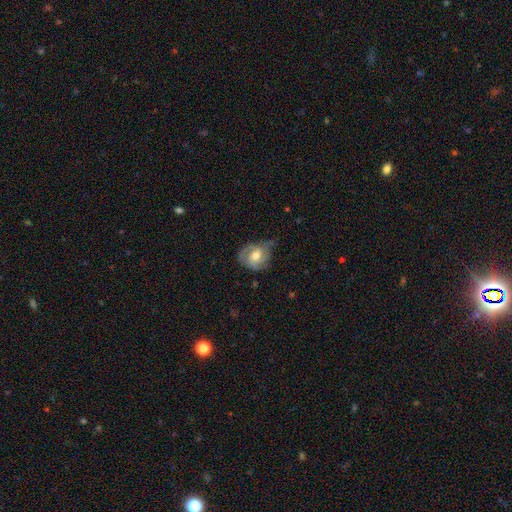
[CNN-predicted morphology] This is likely a featured or disk galaxy (68%). It is clearly not viewed edge-on (97%). Bar: possibly no (54%). Spiral arm pattern: clearly yes (88%). Spiral arm count: possibly 2 (59%). Spiral winding: marginally medium (43%). Central bulge: likely moderate (69%). Merging: possibly none (49%).